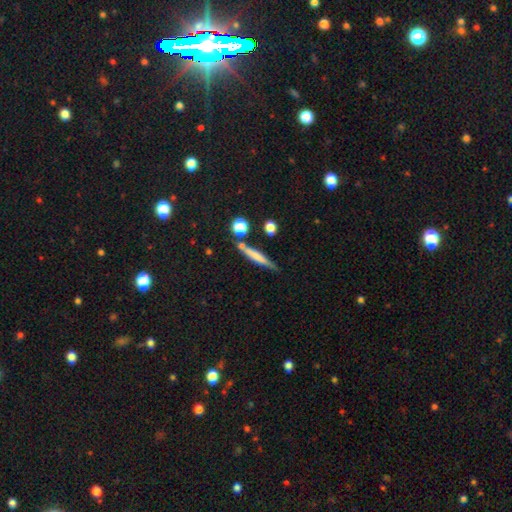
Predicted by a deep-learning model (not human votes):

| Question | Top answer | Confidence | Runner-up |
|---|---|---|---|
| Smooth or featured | smooth | 59% | featured or disk (33%) |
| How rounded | cigar-shaped | 88% | in between (9%) |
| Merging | none | 71% | minor disturbance (15%) |